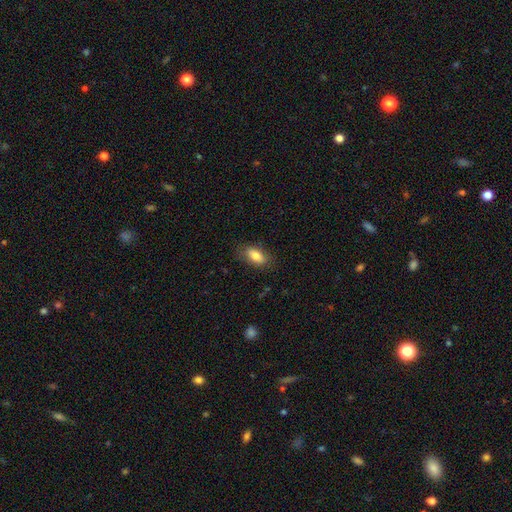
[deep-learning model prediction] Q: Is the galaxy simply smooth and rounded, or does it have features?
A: smooth — 82%.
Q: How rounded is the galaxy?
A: in between — 88%.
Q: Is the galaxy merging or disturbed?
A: none — 80%.